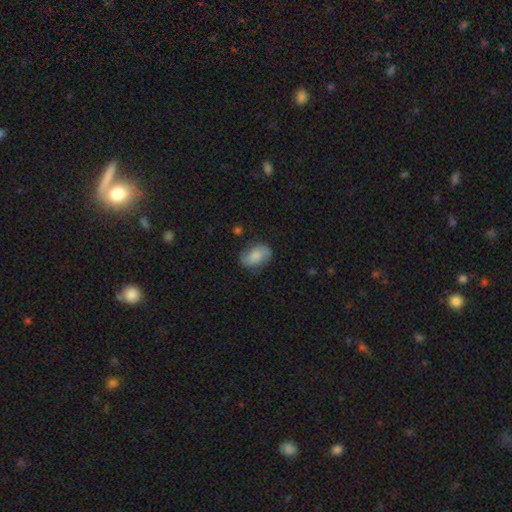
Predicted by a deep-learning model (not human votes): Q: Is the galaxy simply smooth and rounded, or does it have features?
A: smooth — 60%.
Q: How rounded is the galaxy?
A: in between — 84%.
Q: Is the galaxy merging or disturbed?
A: none — 71%.